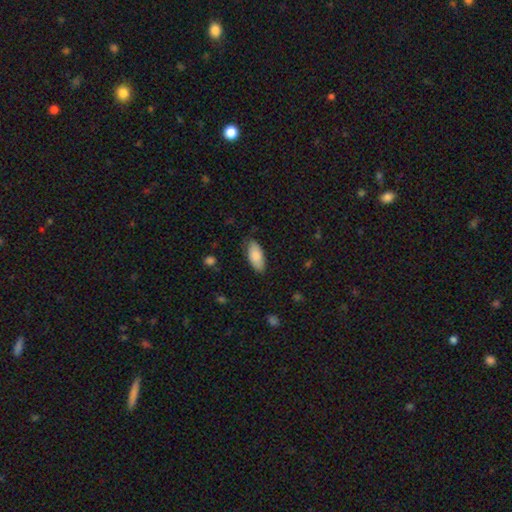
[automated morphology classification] smooth 86%, featured or disk 9%, star or artifact 6%. Down the decision tree: how rounded — in between (87%); merging — none (80%).